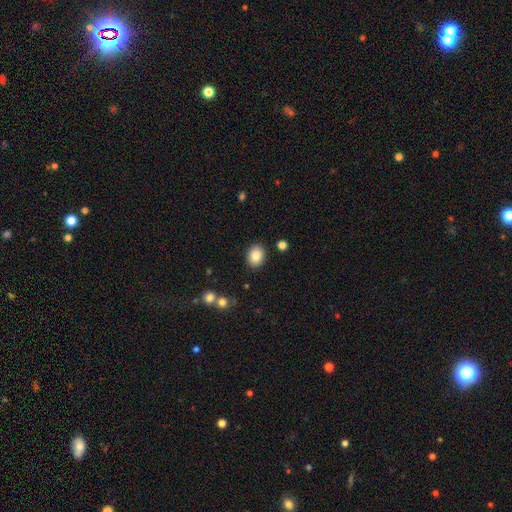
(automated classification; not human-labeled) A smooth galaxy with no disk features (86%) that is in between round and cigar-shaped (65%). Merging: none (88%).